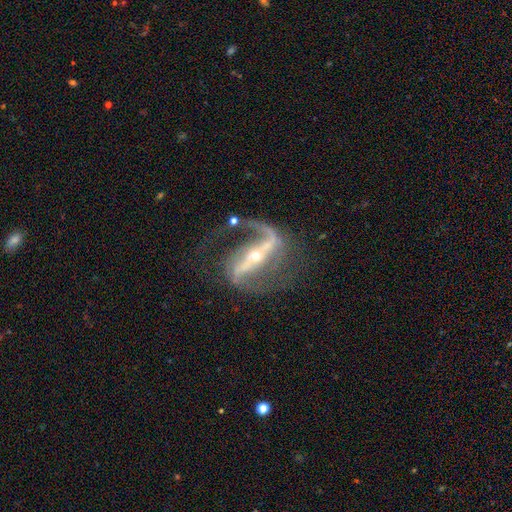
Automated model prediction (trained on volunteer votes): Smooth or featured?
  - featured or disk: 92% *
  - star or artifact: 5%
  - smooth: 3%
Edge-on disk?
  - no: 94% *
  - yes: 6%
Bar?
  - strong: 74% *
  - weak: 16%
  - no: 11%
Spiral arms?
  - yes: 96% *
  - no: 4%
Spiral winding?
  - loose: 52% *
  - medium: 37%
  - tight: 11%
Spiral arm count?
  - 2: 85% *
  - 1: 10%
  - can't tell: 2%
  - 3: 1%
  - 4: 1%
  - more than 4: 1%
Bulge size?
  - small: 66% *
  - moderate: 30%
  - large: 2%
  - none: 1%
  - dominant: 1%
Merging?
  - none: 59% *
  - major disturbance: 21%
  - minor disturbance: 16%
  - merger: 4%